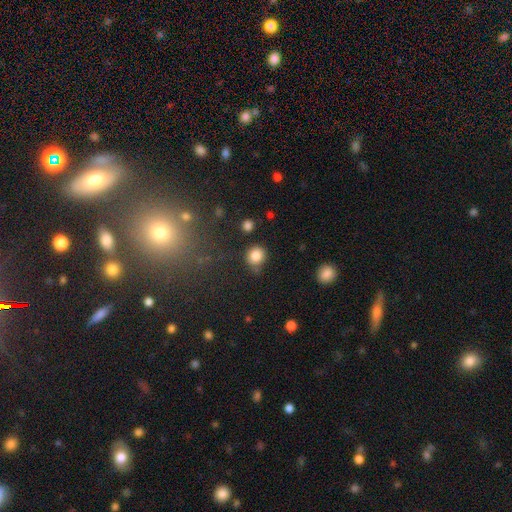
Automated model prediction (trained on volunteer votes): smooth 84%, star or artifact 11%, featured or disk 5%. Down the decision tree: how rounded — round (86%); merging — none (74%).